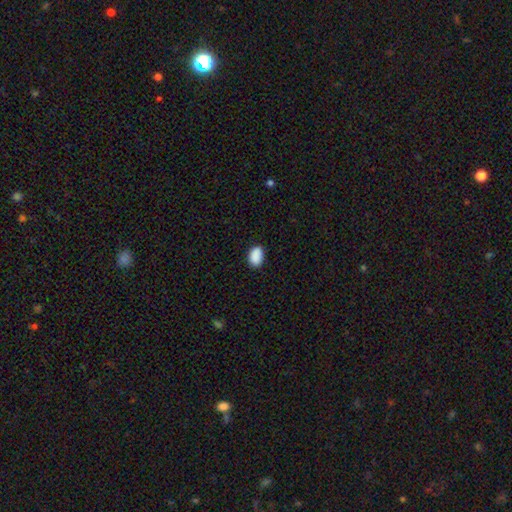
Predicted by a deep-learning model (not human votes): Smooth or featured: smooth — 89% (star or artifact — 7%)
How rounded: in between — 86% (round — 13%)
Merging: none — 83% (minor disturbance — 13%)